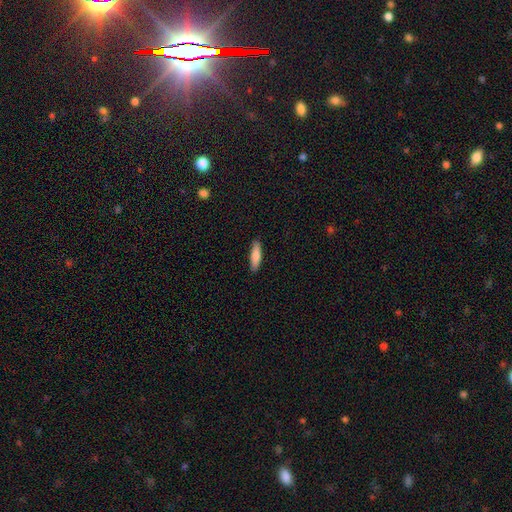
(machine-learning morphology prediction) smooth-or-featured: smooth: 82% | featured or disk: 13% | star or artifact: 5%
  how-rounded: cigar-shaped: 73% | in between: 25% | round: 1%
  merging: none: 89% | minor disturbance: 8% | major disturbance: 2% | merger: 1%